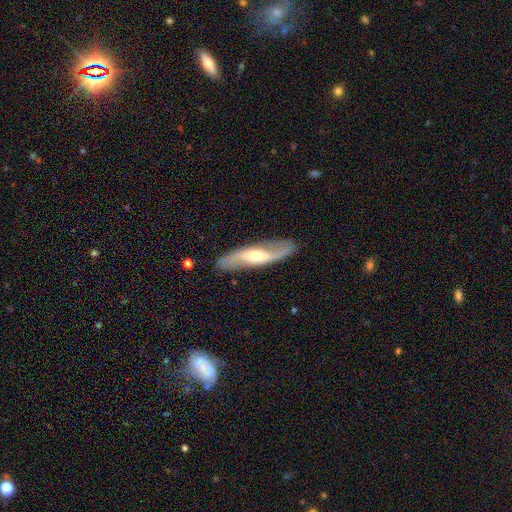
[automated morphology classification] Smooth or featured: featured or disk — 80% (smooth — 16%)
Edge-on disk: no — 77% (yes — 23%)
Bar: no — 47% (weak — 34%)
Spiral arms: yes — 91% (no — 9%)
Spiral winding: loose — 66% (medium — 24%)
Spiral arm count: 2 — 91% (can't tell — 4%)
Bulge size: moderate — 60% (small — 33%)
Merging: none — 85% (minor disturbance — 11%)